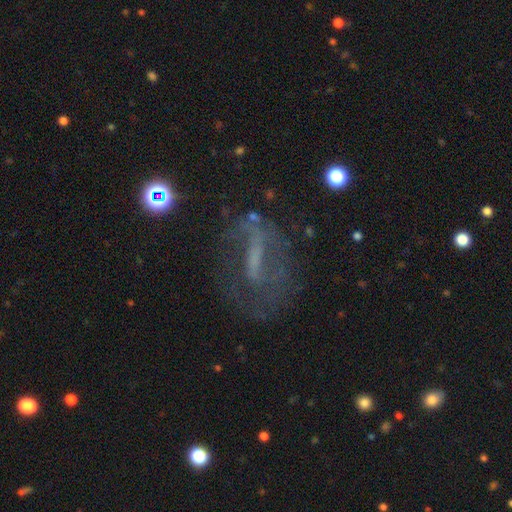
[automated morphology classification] Overall: featured or disk (63%). Edge-on disk: no (85%). Bar: strong (44%; weak 34%). Spiral arms: yes (54%; no 46%). Bulge size: none (47%; small 29%). Merging: none (54%; major disturbance 25%).